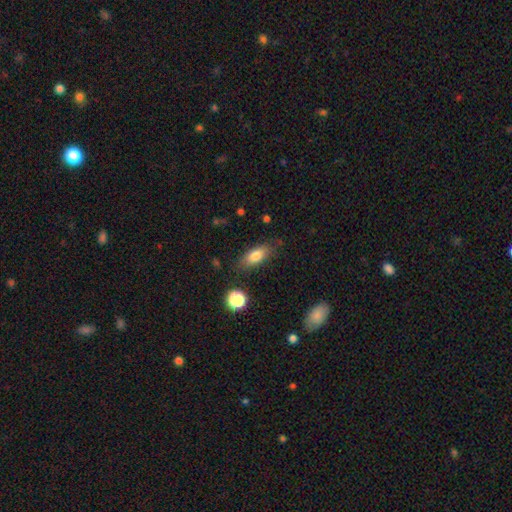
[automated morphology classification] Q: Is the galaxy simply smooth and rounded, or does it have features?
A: smooth — 79%.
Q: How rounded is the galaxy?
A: in between — 79%.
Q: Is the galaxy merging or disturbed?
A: none — 79%.